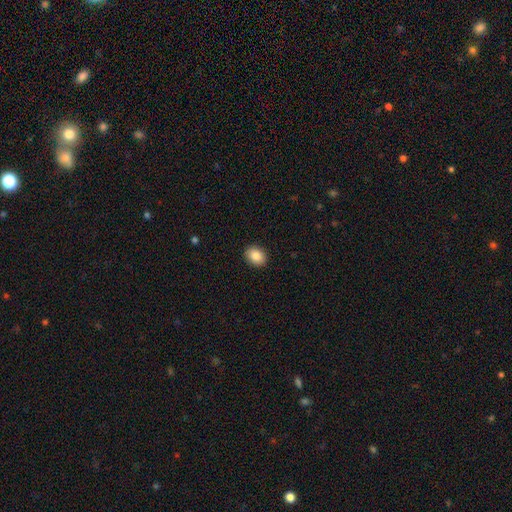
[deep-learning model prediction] A smooth galaxy with no disk features (87%) that is in between round and cigar-shaped (64%). Merging: none (91%).